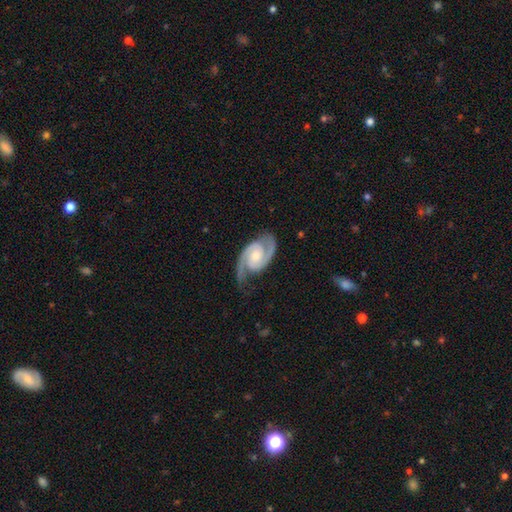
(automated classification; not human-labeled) Overall: featured or disk (92%). Edge-on disk: no (98%). Bar: no (54%; weak 36%). Spiral arms: yes (98%). Spiral arm count: 2 (94%). Spiral winding: medium (54%; tight 35%). Bulge size: moderate (53%; small 38%). Merging: none (75%).